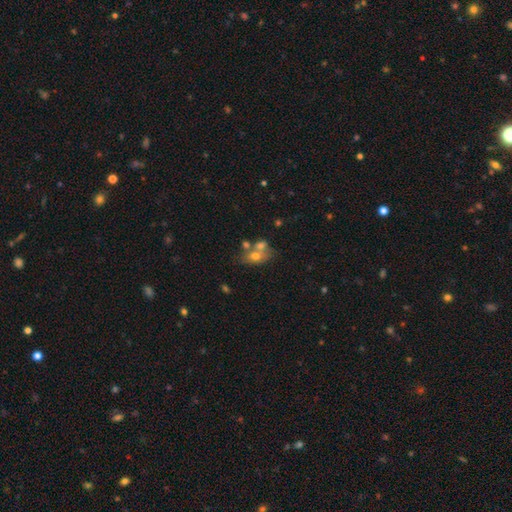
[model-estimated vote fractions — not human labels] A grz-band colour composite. It shows a smooth galaxy with no disk features (63%) that is in between round and cigar-shaped (69%). Merging: merger (49%).